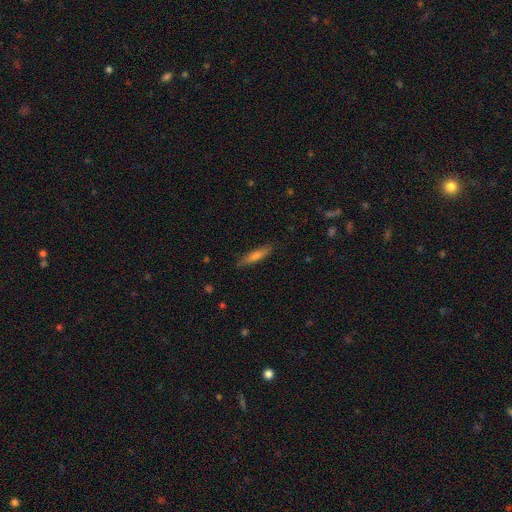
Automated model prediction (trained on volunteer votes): Smooth or featured? Predicted: smooth (p=0.65). How rounded? Predicted: cigar-shaped (p=0.87). Merging? Predicted: none (p=0.87).